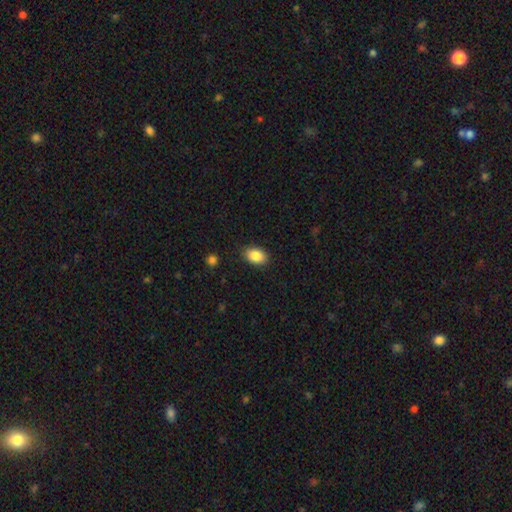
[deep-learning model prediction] A smooth galaxy with no disk features (88%) that is in between round and cigar-shaped (85%). Merging: none (87%).